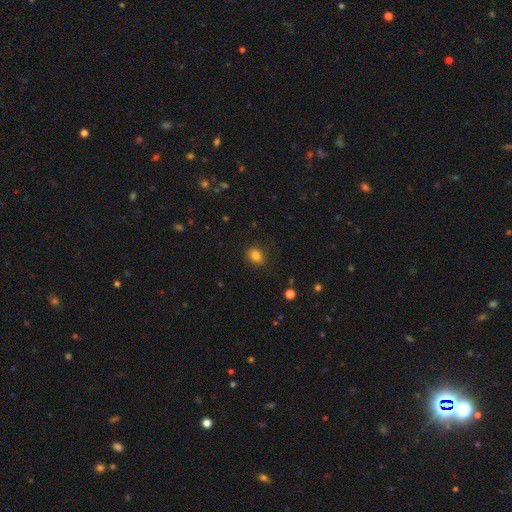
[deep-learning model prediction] A smooth galaxy with no disk features (83%) that is round (60%). Merging: none (88%).